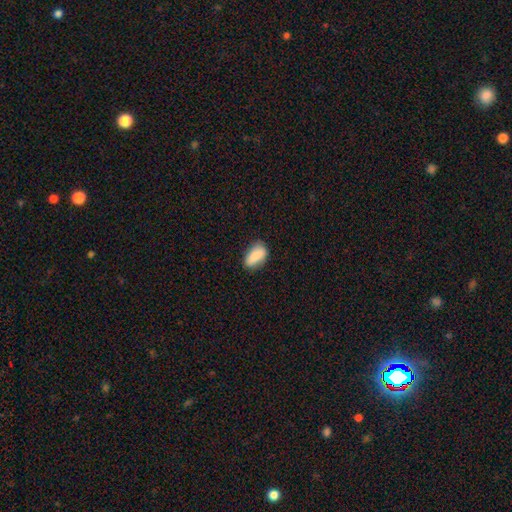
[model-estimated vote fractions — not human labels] Overall: smooth (86%). How rounded: in between (88%). Merging: none (75%).